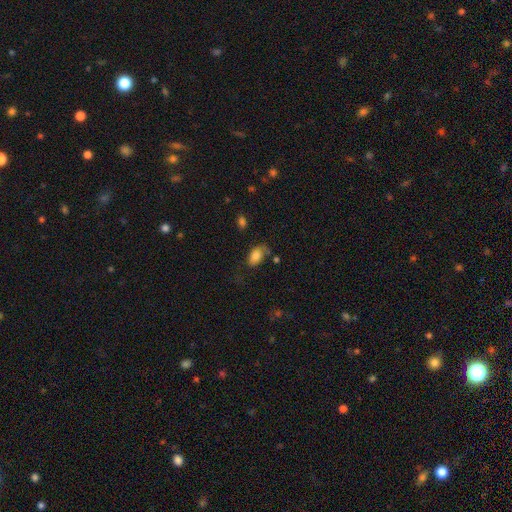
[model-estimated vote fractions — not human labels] Q: Smooth or featured?
A: smooth (82%); runner-up: featured or disk (9%)
Q: How rounded?
A: in between (90%); runner-up: round (8%)
Q: Merging?
A: none (55%); runner-up: minor disturbance (27%)